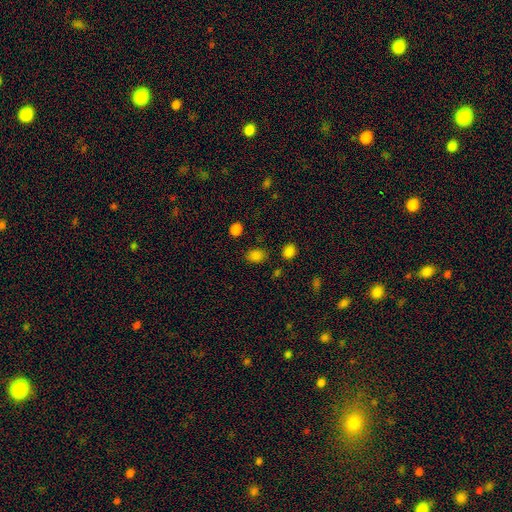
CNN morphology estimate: This appears to be a smooth galaxy with no disk features (84%) that is in between round and cigar-shaped (65%). Merging: none (82%).